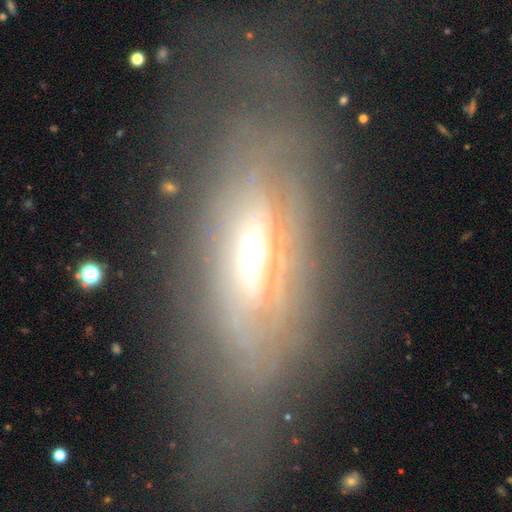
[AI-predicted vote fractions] Q: Smooth or featured?
A: featured or disk (71%); runner-up: smooth (19%)
Q: Edge-on disk?
A: no (63%); runner-up: yes (37%)
Q: Merging?
A: none (54%); runner-up: minor disturbance (22%)